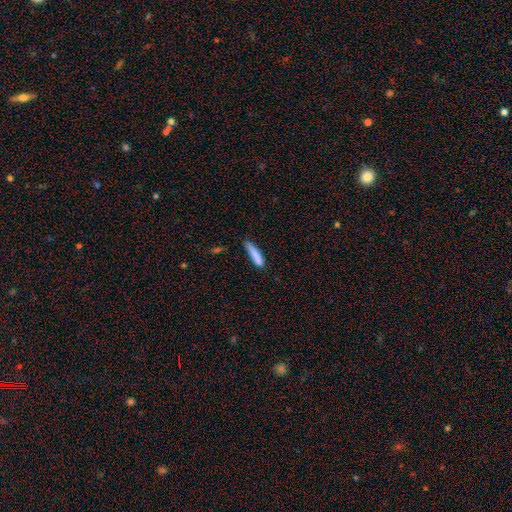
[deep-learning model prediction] Smooth or featured? smooth (83%)
How rounded? cigar-shaped (83%)
Merging? none (64%)